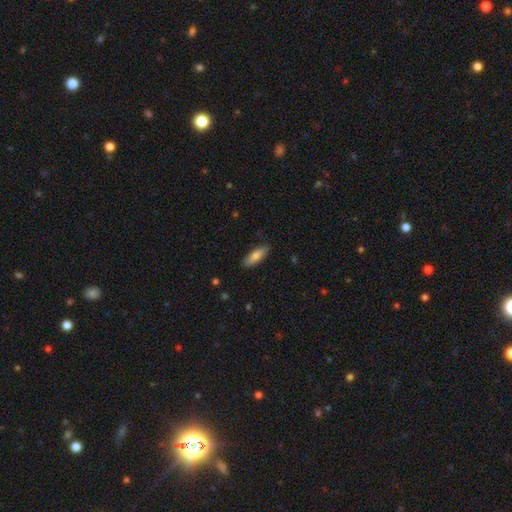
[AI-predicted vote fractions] smooth-or-featured: smooth: 73% | featured or disk: 21% | star or artifact: 6%
  how-rounded: in between: 52% | cigar-shaped: 46% | round: 2%
  merging: none: 86% | minor disturbance: 11% | major disturbance: 2% | merger: 1%